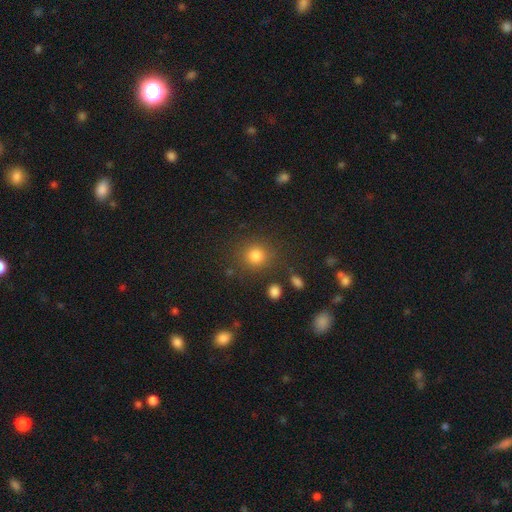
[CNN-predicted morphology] This is clearly a smooth galaxy (81%). How rounded: clearly round (87%). Merging: clearly none (82%).